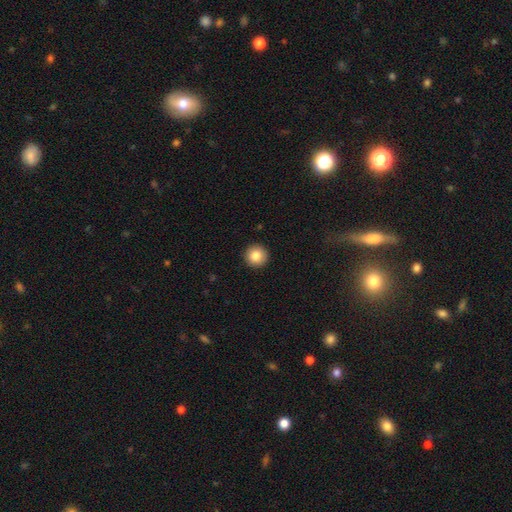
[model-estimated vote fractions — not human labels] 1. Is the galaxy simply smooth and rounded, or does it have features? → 85% smooth, 9% star or artifact, 6% featured or disk.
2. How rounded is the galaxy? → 96% round, 4% in between, 1% cigar-shaped.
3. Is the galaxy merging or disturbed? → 93% none, 5% minor disturbance, 1% major disturbance, 1% merger.